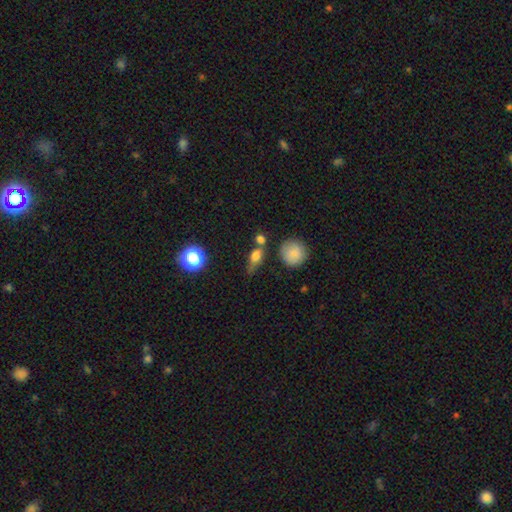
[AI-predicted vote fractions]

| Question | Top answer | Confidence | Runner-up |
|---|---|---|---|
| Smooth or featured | smooth | 74% | featured or disk (14%) |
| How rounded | in between | 63% | round (25%) |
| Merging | none | 48% | minor disturbance (24%) |